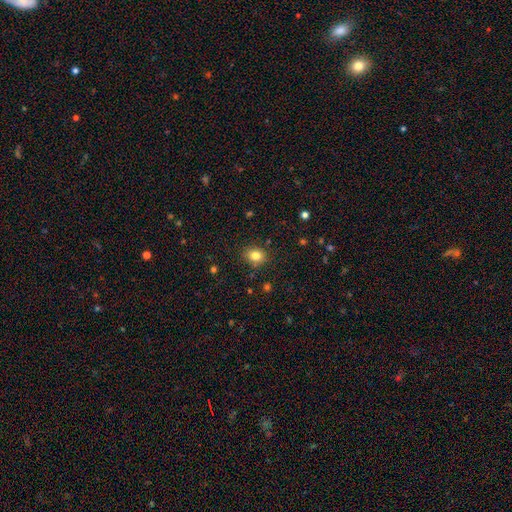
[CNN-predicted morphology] A smooth galaxy with no disk features (81%) that is round (61%).

Vote fractions:
- Smooth or featured? smooth: 81% / star or artifact: 12% / featured or disk: 7%
- How rounded? round: 61% / in between: 38% / cigar-shaped: 1%
- Merging? none: 85% / minor disturbance: 11% / major disturbance: 3% / merger: 2%